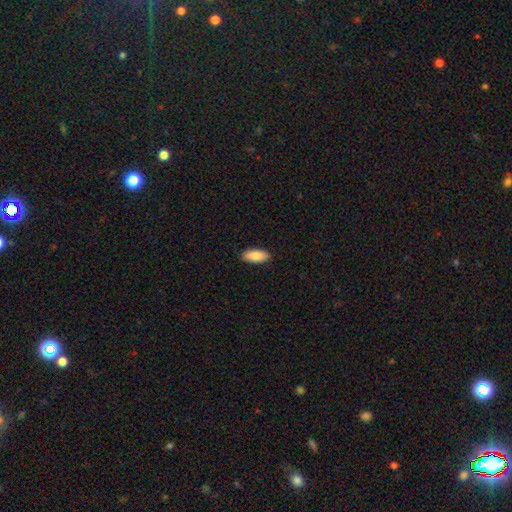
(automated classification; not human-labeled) smooth-or-featured: smooth: 86% | featured or disk: 8% | star or artifact: 6%
  how-rounded: in between: 86% | cigar-shaped: 12% | round: 2%
  merging: none: 90% | minor disturbance: 7% | major disturbance: 2% | merger: 1%